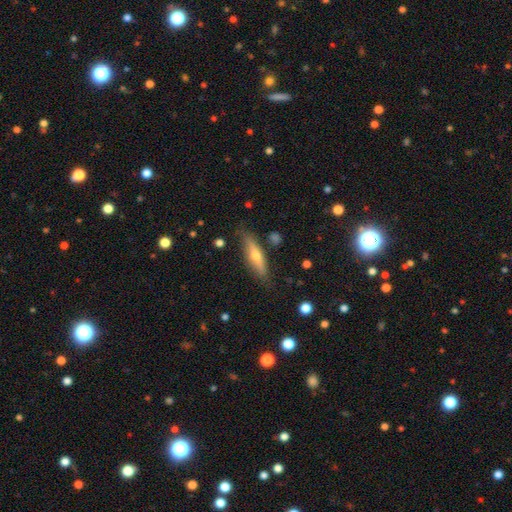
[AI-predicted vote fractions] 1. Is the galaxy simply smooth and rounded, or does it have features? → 50% featured or disk, 43% smooth, 7% star or artifact.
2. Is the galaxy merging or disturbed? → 81% none, 13% minor disturbance, 3% major disturbance, 2% merger.